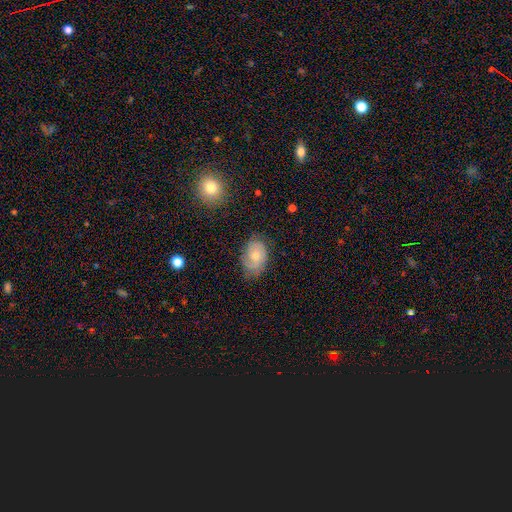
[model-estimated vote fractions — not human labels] featured or disk 56%, smooth 36%, star or artifact 8%. Down the decision tree: edge-on disk — no (96%); bar — no (74%); spiral arms — yes (86%); bulge size — moderate (51%); merging — none (67%).